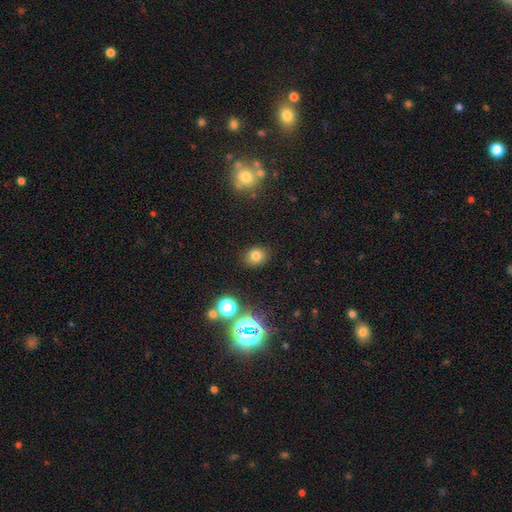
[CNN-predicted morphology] smooth_or_featured: smooth (p=0.75) [alt: star or artifact p=0.17]
how_rounded: round (p=0.66) [alt: in between p=0.33]
merging: none (p=0.87) [alt: minor disturbance p=0.09]